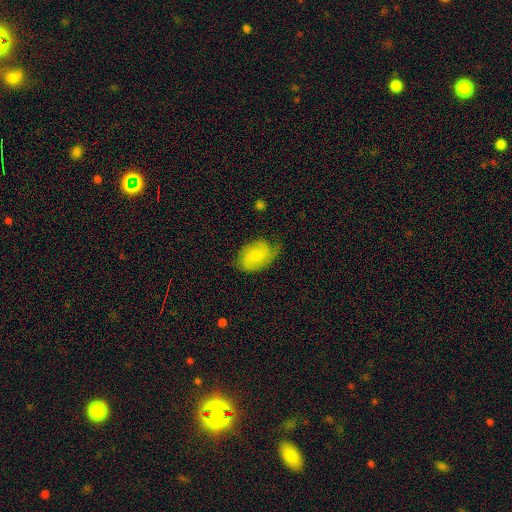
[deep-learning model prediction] smooth-or-featured: smooth: 49% | featured or disk: 44% | star or artifact: 7%
  merging: none: 58% | minor disturbance: 30% | major disturbance: 10% | merger: 1%